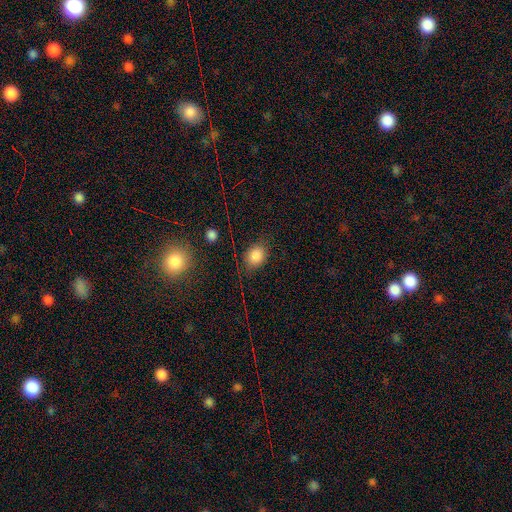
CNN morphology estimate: The model was most divided on "how rounded": in between: 56%, round: 43%, cigar-shaped: 2%. More confident: smooth or featured — smooth (83%); merging — none (77%).